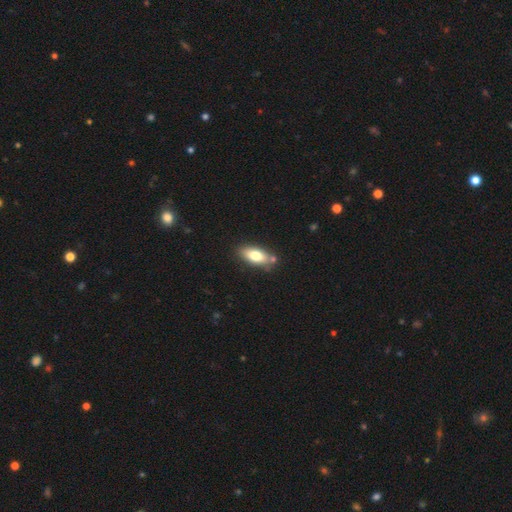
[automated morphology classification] smooth-or-featured: smooth: 74% | featured or disk: 19% | star or artifact: 7%
  how-rounded: in between: 84% | cigar-shaped: 12% | round: 3%
  merging: none: 74% | minor disturbance: 14% | merger: 8% | major disturbance: 3%